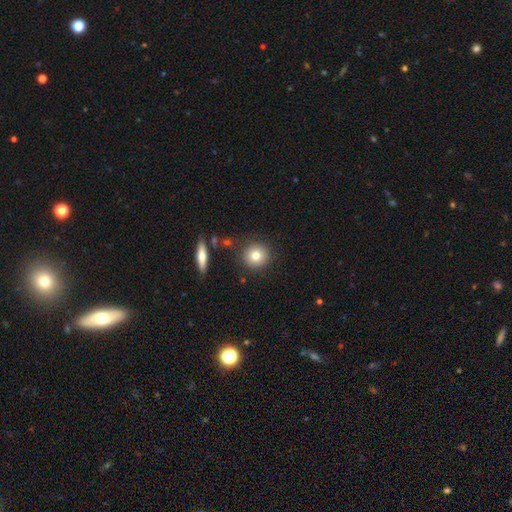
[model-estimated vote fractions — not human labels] This appears to be a smooth galaxy with no disk features (78%) that is round (92%). Merging: none (87%).